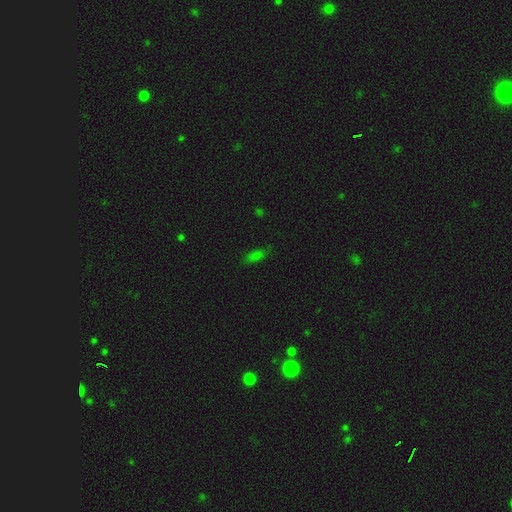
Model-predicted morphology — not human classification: A smooth galaxy with no disk features (73%) that is in between round and cigar-shaped (66%).

Vote fractions:
- Smooth or featured? smooth: 73% / star or artifact: 17% / featured or disk: 10%
- How rounded? in between: 66% / cigar-shaped: 30% / round: 4%
- Merging? none: 80% / minor disturbance: 15% / major disturbance: 4% / merger: 2%